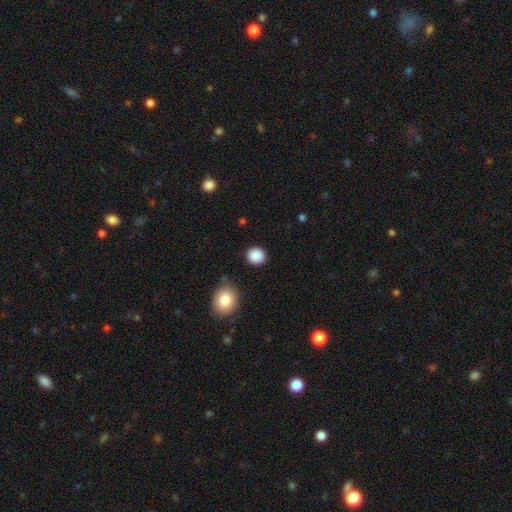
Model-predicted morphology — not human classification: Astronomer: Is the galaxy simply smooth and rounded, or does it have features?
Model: smooth — 89%.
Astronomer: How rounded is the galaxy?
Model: round — 87%.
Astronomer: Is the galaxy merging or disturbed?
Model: none — 88%.